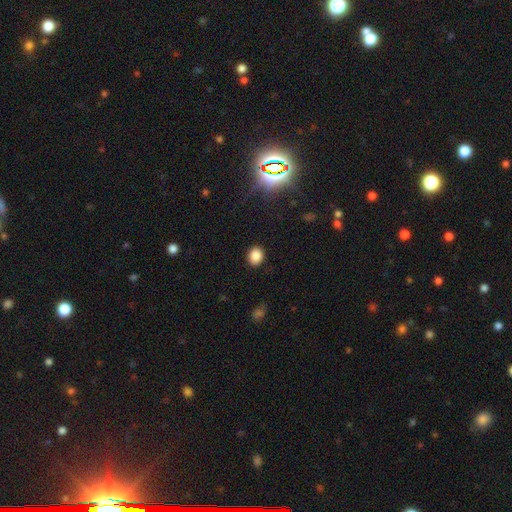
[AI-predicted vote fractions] Smooth or featured? Predicted: smooth (p=0.85). How rounded? Predicted: round (p=0.60). Merging? Predicted: none (p=0.89).